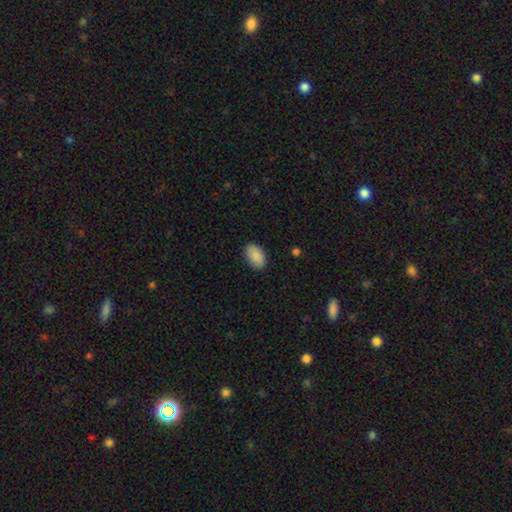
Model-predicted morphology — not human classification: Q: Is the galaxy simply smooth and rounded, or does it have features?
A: smooth — 90%.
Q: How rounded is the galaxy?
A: in between — 94%.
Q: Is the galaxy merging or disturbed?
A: none — 87%.